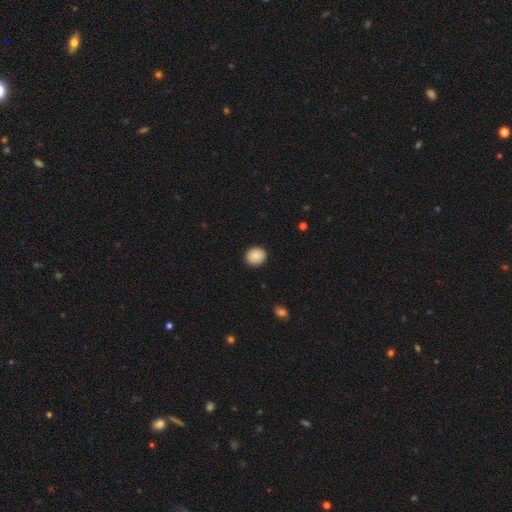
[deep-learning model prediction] A smooth galaxy with no disk features (89%) that is round (82%).

Vote fractions:
- Smooth or featured? smooth: 89% / star or artifact: 8% / featured or disk: 3%
- How rounded? round: 82% / in between: 17% / cigar-shaped: 1%
- Merging? none: 91% / minor disturbance: 6% / major disturbance: 2% / merger: 1%